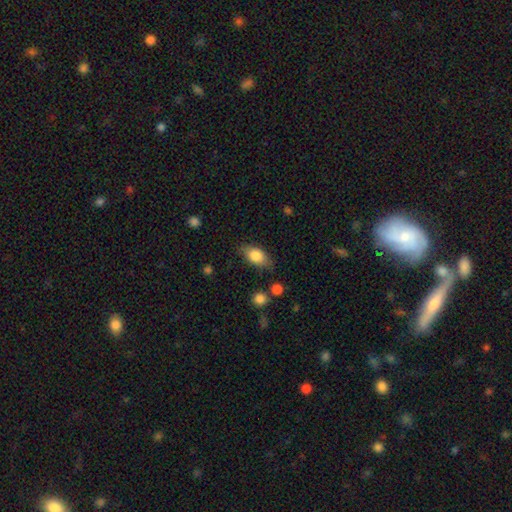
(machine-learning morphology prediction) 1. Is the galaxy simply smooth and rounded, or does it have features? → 80% smooth, 13% featured or disk, 7% star or artifact.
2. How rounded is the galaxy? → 88% in between, 6% round, 6% cigar-shaped.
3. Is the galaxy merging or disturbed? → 76% none, 17% minor disturbance, 5% major disturbance, 3% merger.